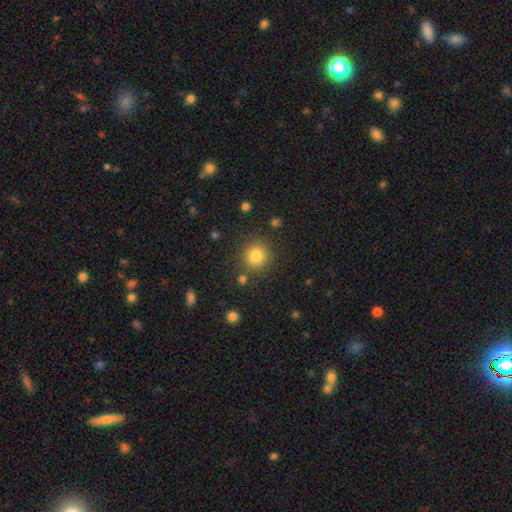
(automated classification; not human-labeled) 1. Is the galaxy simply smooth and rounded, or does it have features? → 83% smooth, 11% star or artifact, 5% featured or disk.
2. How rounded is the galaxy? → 91% round, 9% in between, 1% cigar-shaped.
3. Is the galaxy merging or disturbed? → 84% none, 8% minor disturbance, 4% merger, 3% major disturbance.